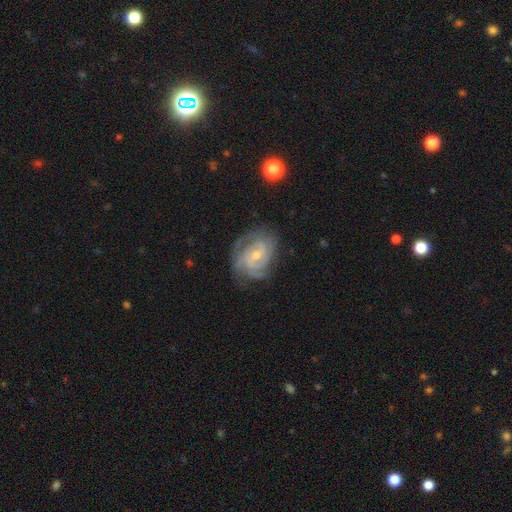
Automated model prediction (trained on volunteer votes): Overall: featured or disk (87%). Edge-on disk: no (97%). Bar: no (54%; weak 38%). Spiral arms: yes (96%). Spiral arm count: 3 (32%; 2 27%). Spiral winding: tight (64%; medium 30%). Bulge size: small (52%; moderate 45%). Merging: none (71%).